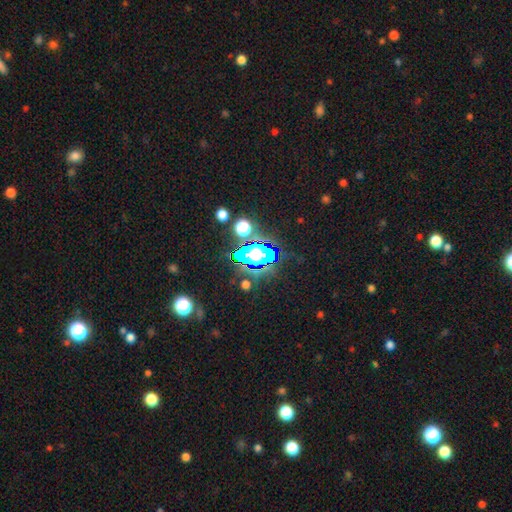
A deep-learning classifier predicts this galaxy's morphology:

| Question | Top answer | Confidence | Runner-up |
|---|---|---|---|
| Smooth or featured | star or artifact | 53% | smooth (31%) |